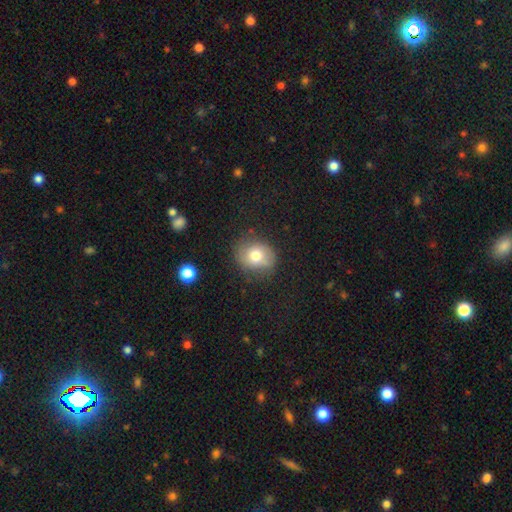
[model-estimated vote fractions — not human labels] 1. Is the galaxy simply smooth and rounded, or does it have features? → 72% smooth, 19% featured or disk, 10% star or artifact.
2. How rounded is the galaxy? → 59% round, 40% in between, 1% cigar-shaped.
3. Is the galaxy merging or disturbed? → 73% none, 19% minor disturbance, 6% major disturbance, 2% merger.